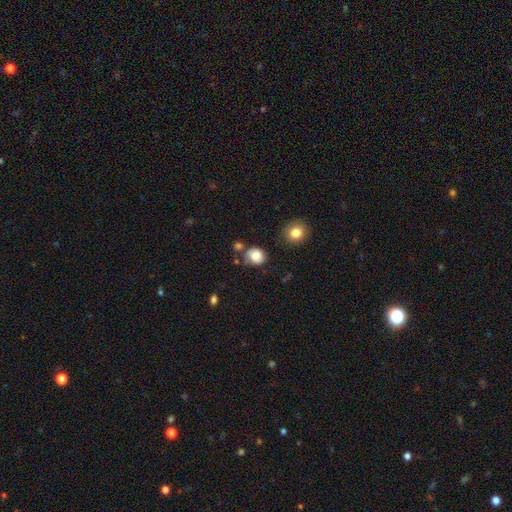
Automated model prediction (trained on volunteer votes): The model was most divided on "merging": none: 65%, minor disturbance: 20%, merger: 9%, major disturbance: 6%. More confident: smooth or featured — smooth (81%); how rounded — round (76%).